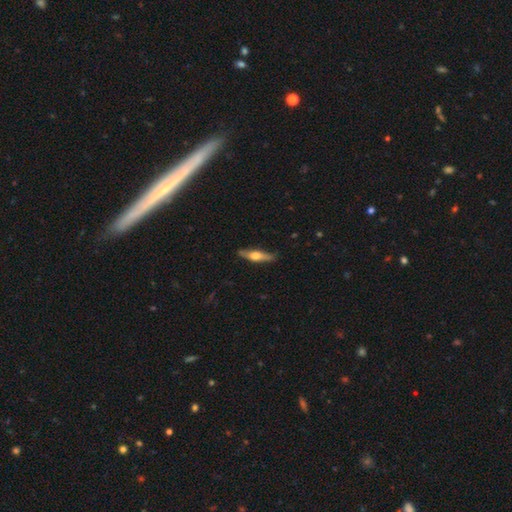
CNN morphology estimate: Smooth or featured?
  - featured or disk: 55% *
  - smooth: 39%
  - star or artifact: 6%
Edge-on disk?
  - yes: 93% *
  - no: 7%
Edge-on bulge?
  - rounded: 92% *
  - boxy: 5%
  - none: 3%
Merging?
  - none: 87% *
  - minor disturbance: 10%
  - major disturbance: 2%
  - merger: 1%